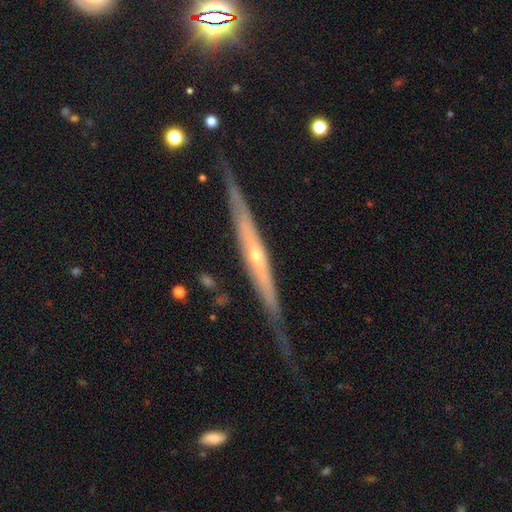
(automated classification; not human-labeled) smooth-or-featured: featured or disk: 81% | smooth: 13% | star or artifact: 6%
  disk-edge-on: yes: 92% | no: 8%
    edge-on-bulge: rounded: 60% | none: 35% | boxy: 5%
  merging: none: 72% | minor disturbance: 20% | major disturbance: 5% | merger: 2%